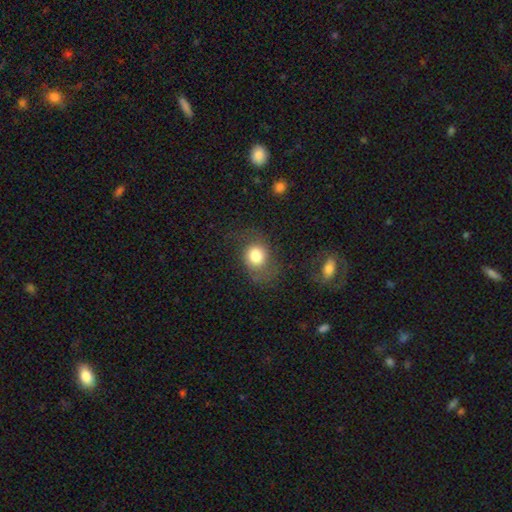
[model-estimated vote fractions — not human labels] Smooth or featured? smooth (73%)
How rounded? round (64%)
Merging? none (59%)